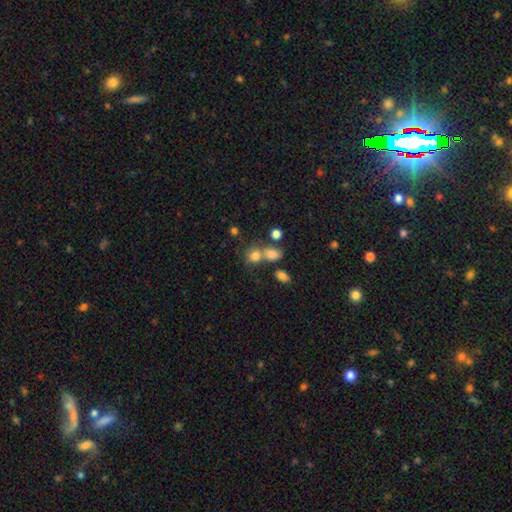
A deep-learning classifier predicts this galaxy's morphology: The model was most divided on "merging": none: 49%, merger: 36%, minor disturbance: 10%, major disturbance: 5%. More confident: smooth or featured — smooth (77%); how rounded — round (71%).